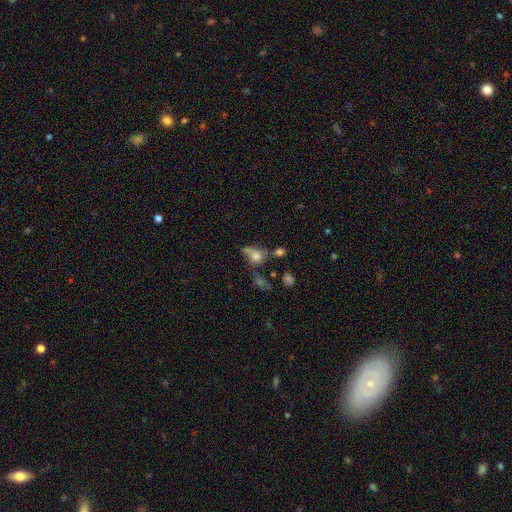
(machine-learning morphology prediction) A smooth galaxy with no disk features (64%) that is round (58%).

Vote fractions:
- Smooth or featured? smooth: 64% / featured or disk: 21% / star or artifact: 15%
- How rounded? round: 58% / in between: 39% / cigar-shaped: 3%
- Merging? none: 33% / merger: 31% / major disturbance: 19% / minor disturbance: 17%